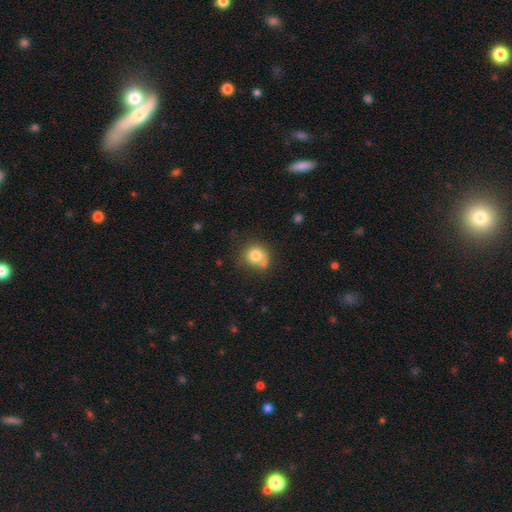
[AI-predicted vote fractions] A smooth galaxy with no disk features (78%) that is round (83%).

Vote fractions:
- Smooth or featured? smooth: 78% / featured or disk: 12% / star or artifact: 10%
- How rounded? round: 83% / in between: 16% / cigar-shaped: 1%
- Merging? none: 56% / minor disturbance: 20% / merger: 16% / major disturbance: 8%